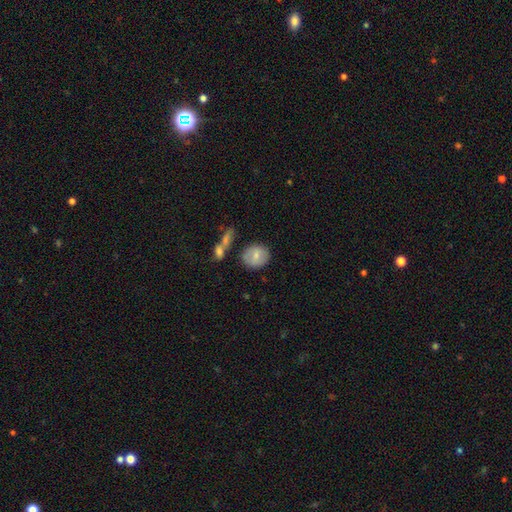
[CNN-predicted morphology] smooth_or_featured: smooth (p=0.72) [alt: featured or disk p=0.21]
how_rounded: round (p=0.73) [alt: in between p=0.25]
merging: none (p=0.75) [alt: minor disturbance p=0.13]